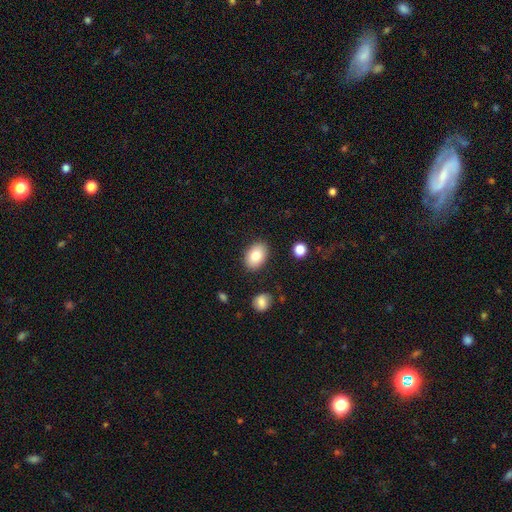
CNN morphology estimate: Q: Smooth or featured?
A: smooth (81%); runner-up: featured or disk (12%)
Q: How rounded?
A: in between (83%); runner-up: round (16%)
Q: Merging?
A: none (86%); runner-up: minor disturbance (10%)